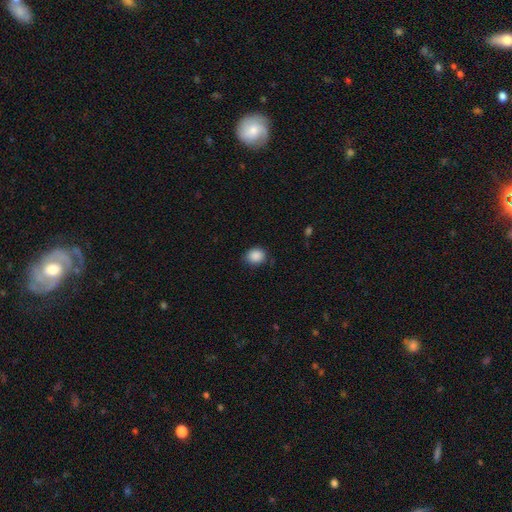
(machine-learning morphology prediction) A smooth galaxy with no disk features (88%) that is round (56%). Merging: none (79%).